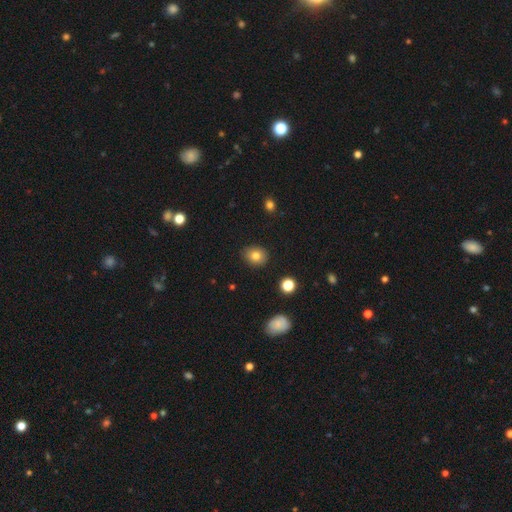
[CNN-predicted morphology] This is clearly a smooth galaxy (82%). How rounded: possibly round (58%). Merging: clearly none (87%).